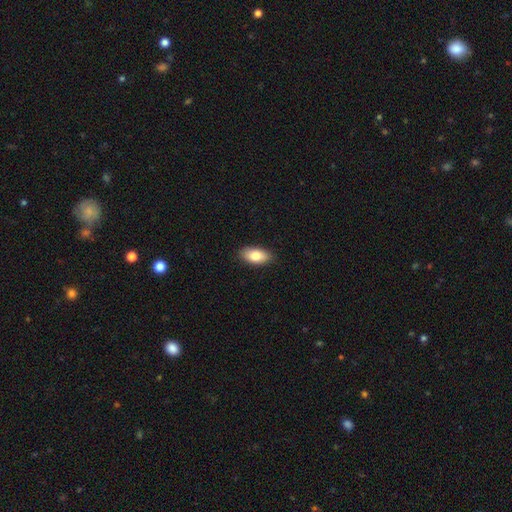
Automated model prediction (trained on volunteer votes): Smooth or featured? smooth (82%)
How rounded? in between (92%)
Merging? none (87%)